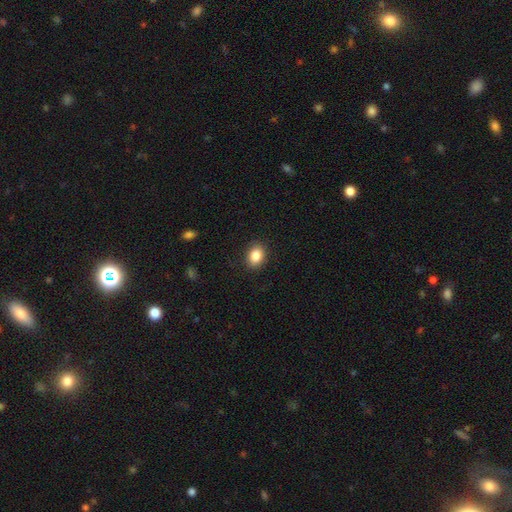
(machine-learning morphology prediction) smooth_or_featured: smooth (p=0.86) [alt: star or artifact p=0.09]
how_rounded: in between (p=0.66) [alt: round p=0.33]
merging: none (p=0.88) [alt: minor disturbance p=0.08]